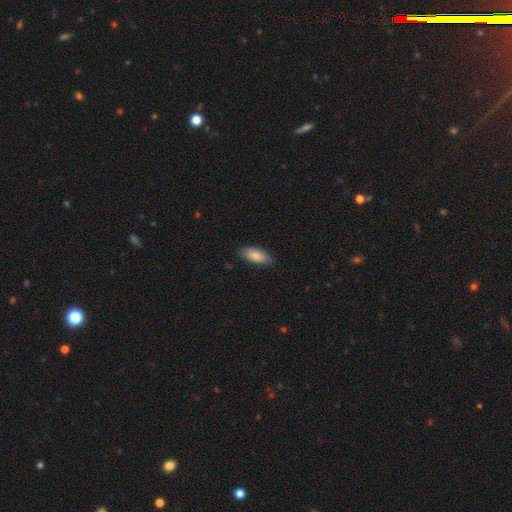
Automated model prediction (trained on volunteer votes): Smooth or featured? Predicted: smooth (p=0.84). How rounded? Predicted: in between (p=0.85). Merging? Predicted: none (p=0.84).